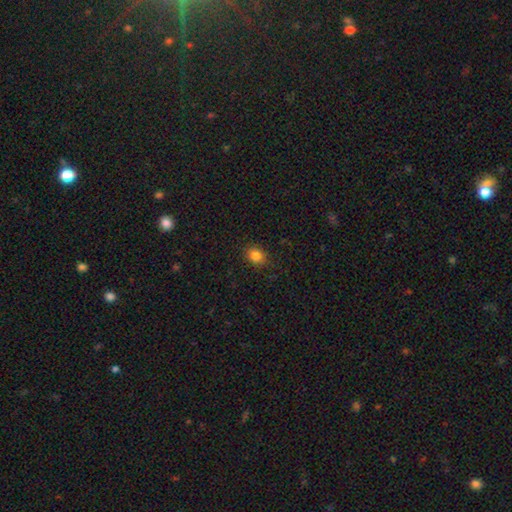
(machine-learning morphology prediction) This appears to be a smooth galaxy with no disk features (84%) that is round (54%). Merging: none (88%).